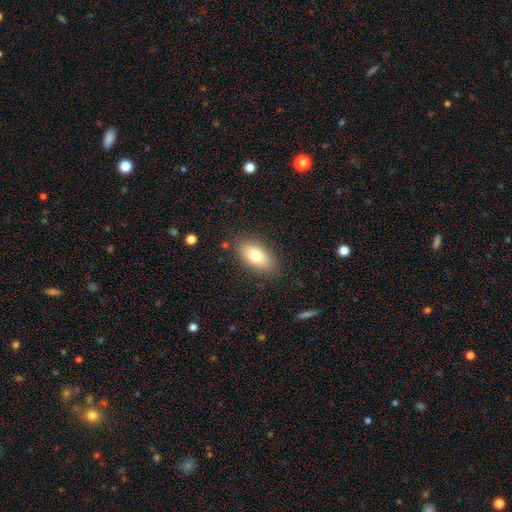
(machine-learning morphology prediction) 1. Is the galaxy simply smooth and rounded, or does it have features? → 78% smooth, 14% featured or disk, 8% star or artifact.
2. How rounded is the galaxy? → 90% in between, 5% cigar-shaped, 5% round.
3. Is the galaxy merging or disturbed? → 85% none, 11% minor disturbance, 3% major disturbance, 2% merger.